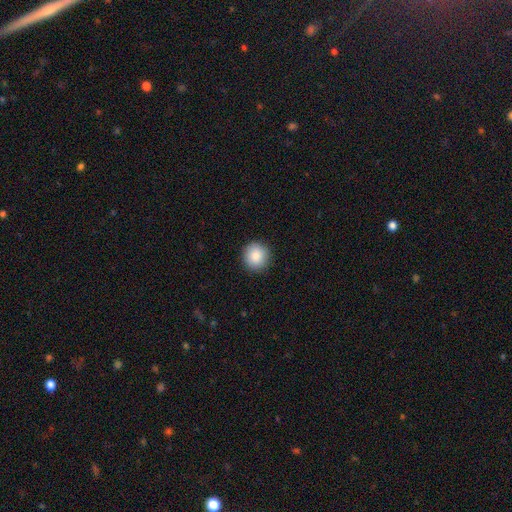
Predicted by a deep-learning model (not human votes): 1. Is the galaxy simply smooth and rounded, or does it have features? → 87% smooth, 8% star or artifact, 5% featured or disk.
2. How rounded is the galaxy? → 93% round, 6% in between, 1% cigar-shaped.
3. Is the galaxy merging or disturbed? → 92% none, 5% minor disturbance, 2% major disturbance, 1% merger.